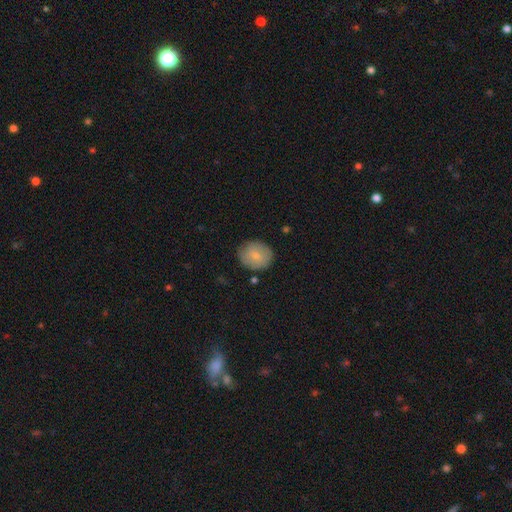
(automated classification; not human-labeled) A smooth galaxy with no disk features (76%) that is round (72%). Merging: none (81%).